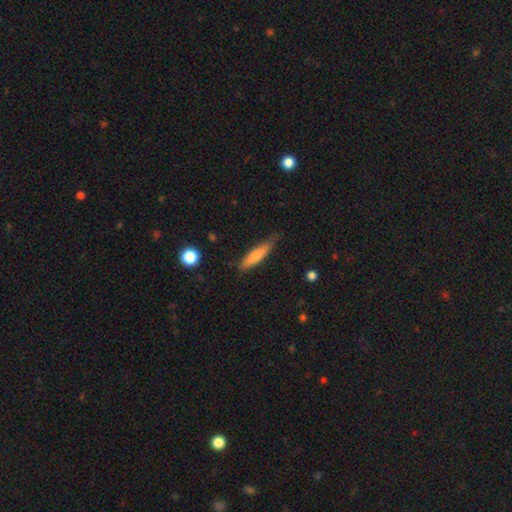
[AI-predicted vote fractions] smooth 69%, featured or disk 25%, star or artifact 6%. Down the decision tree: how rounded — cigar-shaped (82%); merging — none (74%).